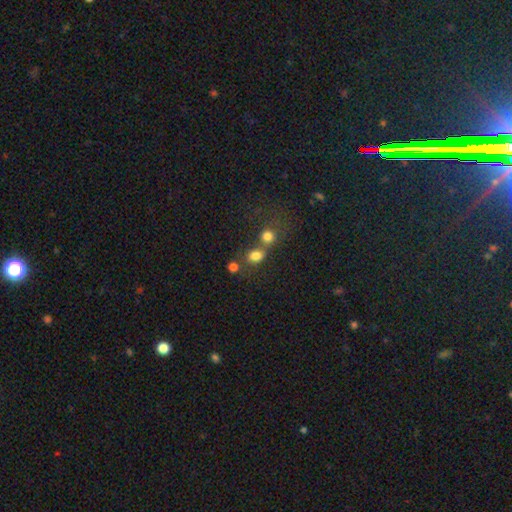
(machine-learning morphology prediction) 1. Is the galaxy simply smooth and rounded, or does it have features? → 78% smooth, 14% star or artifact, 8% featured or disk.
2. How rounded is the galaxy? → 56% round, 43% in between, 1% cigar-shaped.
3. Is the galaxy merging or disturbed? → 45% none, 41% merger, 9% minor disturbance, 5% major disturbance.